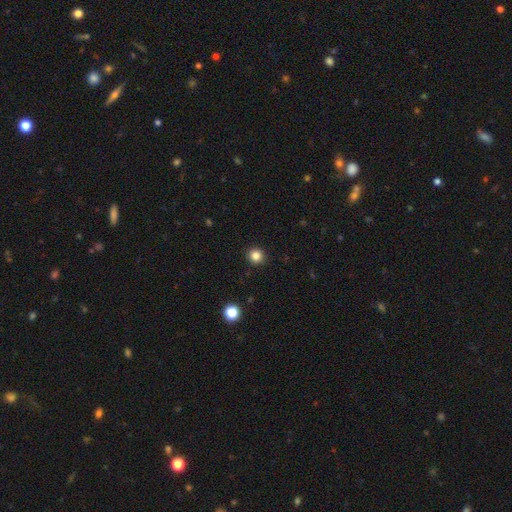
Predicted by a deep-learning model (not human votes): This is clearly a smooth galaxy (84%). How rounded: clearly round (93%). Merging: clearly none (93%).